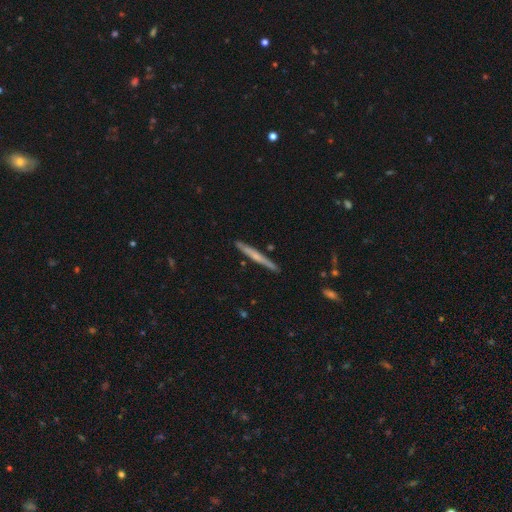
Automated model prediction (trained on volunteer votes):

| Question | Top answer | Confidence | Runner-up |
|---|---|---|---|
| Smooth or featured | featured or disk | 51% | smooth (43%) |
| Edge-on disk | yes | 96% | no (4%) |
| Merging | none | 89% | minor disturbance (8%) |